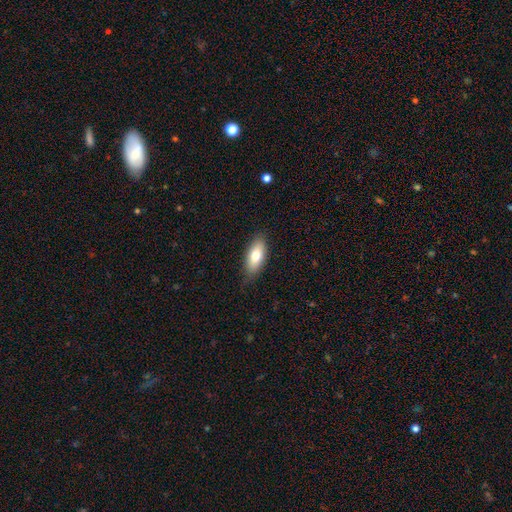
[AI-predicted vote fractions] Smooth or featured? smooth (75%)
How rounded? in between (83%)
Merging? none (83%)